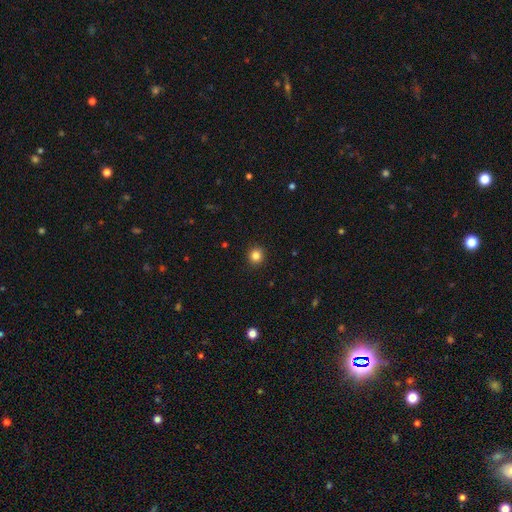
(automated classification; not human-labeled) A smooth galaxy with no disk features (84%) that is round (92%).

Vote fractions:
- Smooth or featured? smooth: 84% / star or artifact: 12% / featured or disk: 4%
- How rounded? round: 92% / in between: 7% / cigar-shaped: 1%
- Merging? none: 93% / minor disturbance: 5% / major disturbance: 2% / merger: 1%